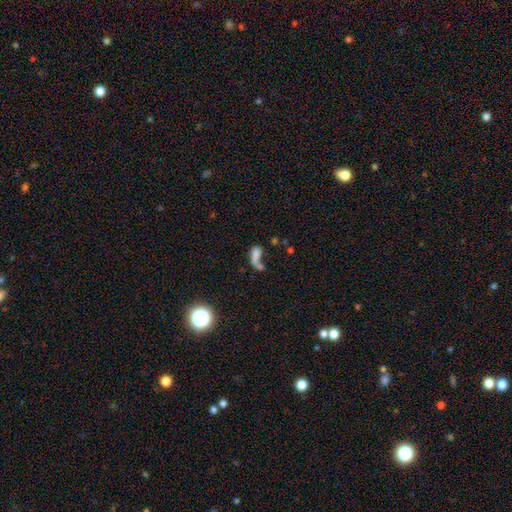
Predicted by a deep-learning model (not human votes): This is likely a smooth galaxy (63%). How rounded: likely in between (72%). Merging: marginally merger (44%).